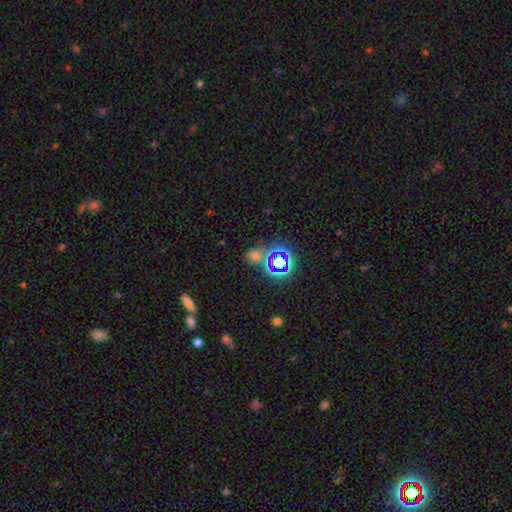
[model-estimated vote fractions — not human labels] smooth-or-featured: star or artifact: 50% | smooth: 38% | featured or disk: 11%